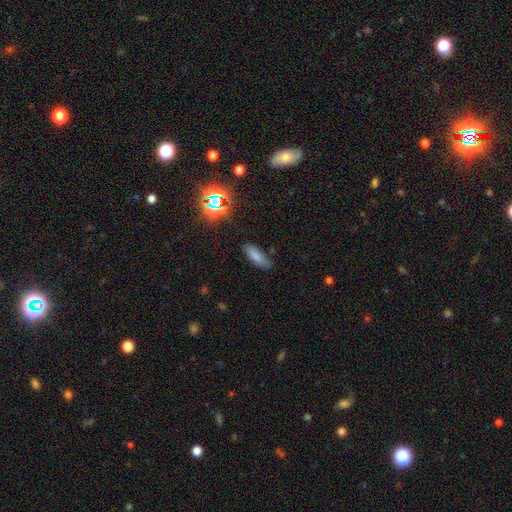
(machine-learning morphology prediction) A smooth galaxy with no disk features (76%) that is in between round and cigar-shaped (67%).

Vote fractions:
- Smooth or featured? smooth: 76% / star or artifact: 14% / featured or disk: 10%
- How rounded? in between: 67% / cigar-shaped: 31% / round: 3%
- Merging? none: 76% / minor disturbance: 18% / major disturbance: 4% / merger: 2%